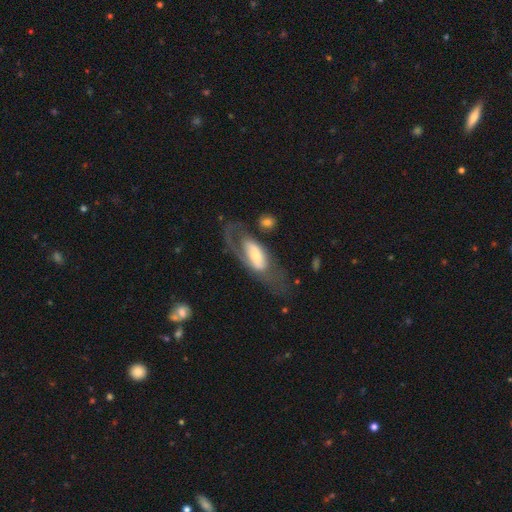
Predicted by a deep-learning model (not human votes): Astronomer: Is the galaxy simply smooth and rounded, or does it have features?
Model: featured or disk — 57% (runner-up: smooth, 37%).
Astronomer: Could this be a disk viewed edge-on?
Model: no — 82%.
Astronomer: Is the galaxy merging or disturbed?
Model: none — 44% (runner-up: major disturbance, 33%).